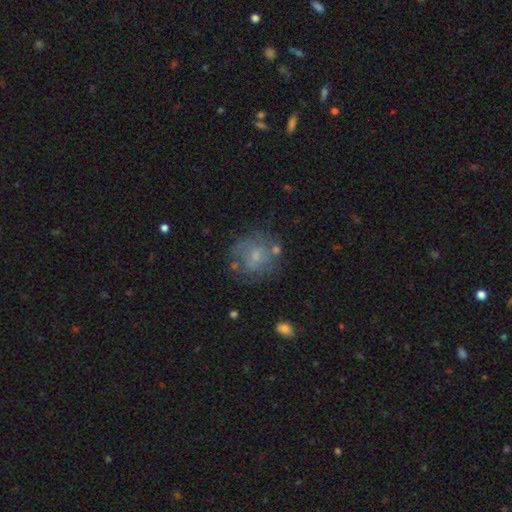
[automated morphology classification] Smooth or featured? smooth (48%)
Merging? none (59%)